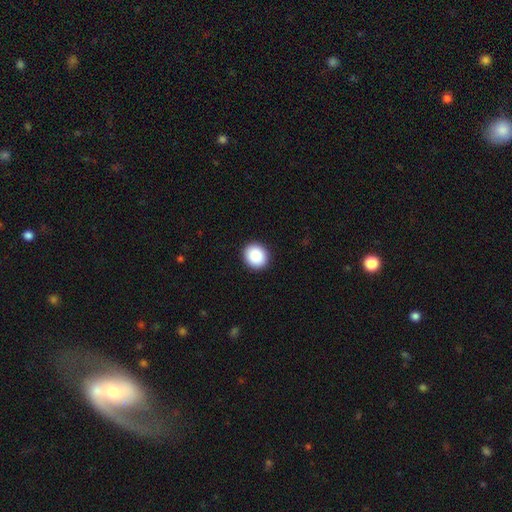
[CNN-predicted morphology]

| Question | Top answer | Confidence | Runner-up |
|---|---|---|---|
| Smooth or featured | smooth | 89% | star or artifact (8%) |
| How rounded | round | 78% | in between (21%) |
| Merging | none | 92% | minor disturbance (5%) |